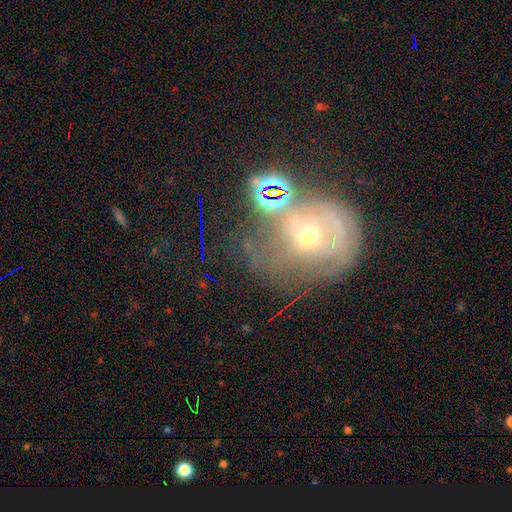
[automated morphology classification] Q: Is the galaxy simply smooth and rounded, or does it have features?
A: featured or disk — 57%.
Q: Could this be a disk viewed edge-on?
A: no — 96%.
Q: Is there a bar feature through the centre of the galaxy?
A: no — 74%.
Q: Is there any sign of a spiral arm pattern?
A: yes — 55%.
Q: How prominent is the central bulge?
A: moderate — 60%.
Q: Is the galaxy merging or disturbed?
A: none — 32%.